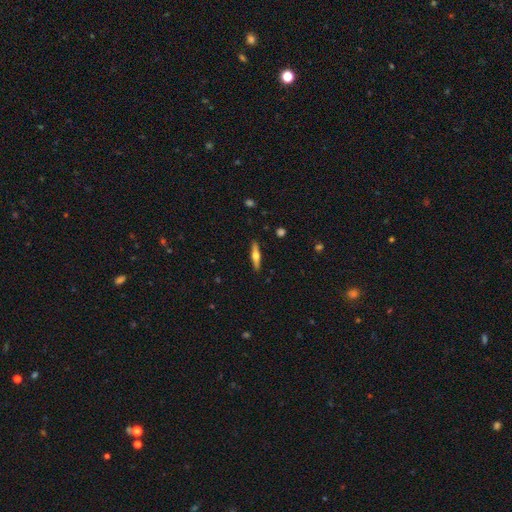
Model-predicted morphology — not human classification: Smooth or featured?
  - featured or disk: 57% *
  - smooth: 37%
  - star or artifact: 6%
Edge-on disk?
  - yes: 96% *
  - no: 4%
Edge-on bulge?
  - rounded: 94% *
  - boxy: 3%
  - none: 3%
Merging?
  - none: 91% *
  - minor disturbance: 7%
  - major disturbance: 1%
  - merger: 1%